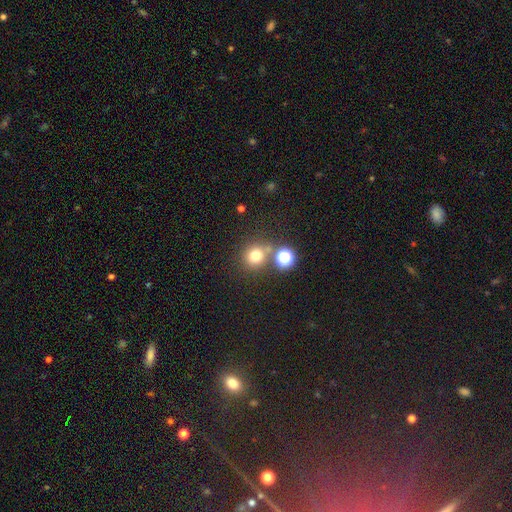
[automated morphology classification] smooth 73%, star or artifact 19%, featured or disk 8%. Down the decision tree: how rounded — round (87%); merging — none (70%).